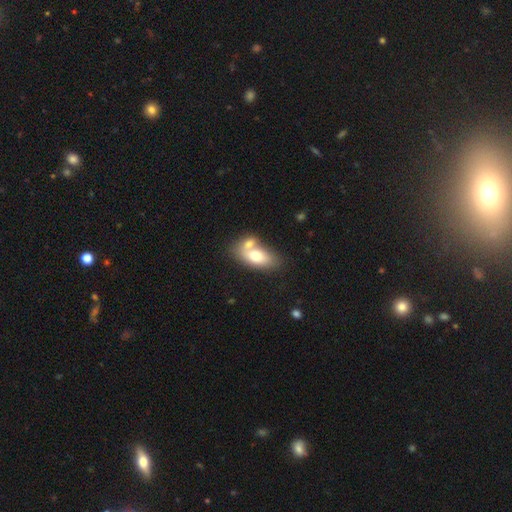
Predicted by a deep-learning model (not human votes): Smooth or featured? smooth (70%)
How rounded? in between (87%)
Merging? merger (50%)